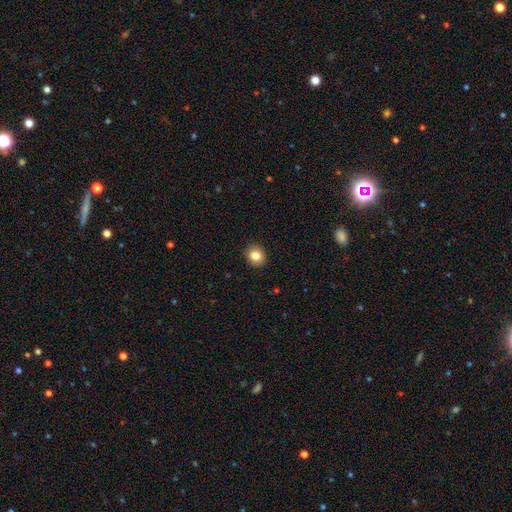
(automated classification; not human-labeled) smooth_or_featured: smooth (p=0.83) [alt: star or artifact p=0.10]
how_rounded: round (p=0.75) [alt: in between p=0.24]
merging: none (p=0.90) [alt: minor disturbance p=0.07]